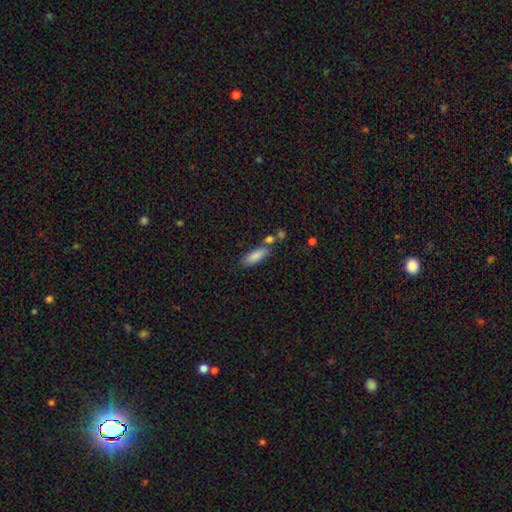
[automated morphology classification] A smooth galaxy with no disk features (85%) that is in between round and cigar-shaped (63%).

Vote fractions:
- Smooth or featured? smooth: 85% / featured or disk: 8% / star or artifact: 7%
- How rounded? in between: 63% / cigar-shaped: 35% / round: 2%
- Merging? none: 63% / merger: 17% / minor disturbance: 15% / major disturbance: 4%